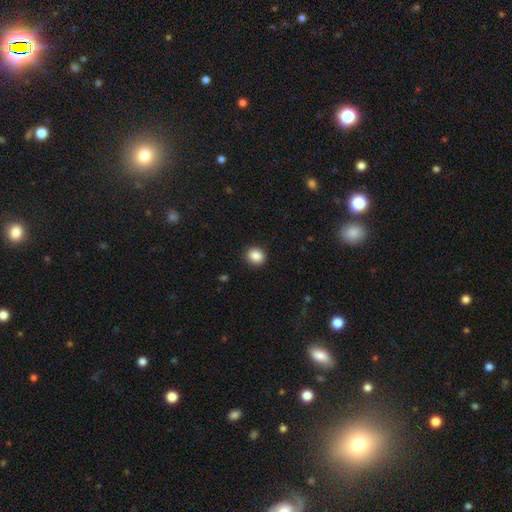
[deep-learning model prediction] A smooth galaxy with no disk features (88%) that is round (76%).

Vote fractions:
- Smooth or featured? smooth: 88% / star or artifact: 9% / featured or disk: 4%
- How rounded? round: 76% / in between: 23% / cigar-shaped: 1%
- Merging? none: 91% / minor disturbance: 6% / major disturbance: 2% / merger: 1%